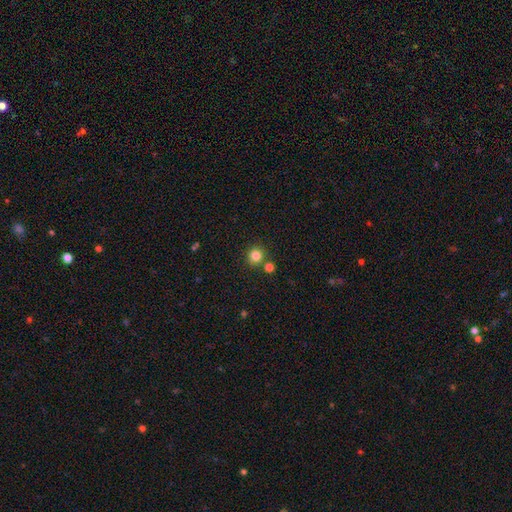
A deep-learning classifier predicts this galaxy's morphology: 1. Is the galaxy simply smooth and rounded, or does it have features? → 82% smooth, 13% star or artifact, 5% featured or disk.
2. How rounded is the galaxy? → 91% round, 8% in between, 1% cigar-shaped.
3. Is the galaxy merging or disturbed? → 80% none, 10% merger, 8% minor disturbance, 3% major disturbance.